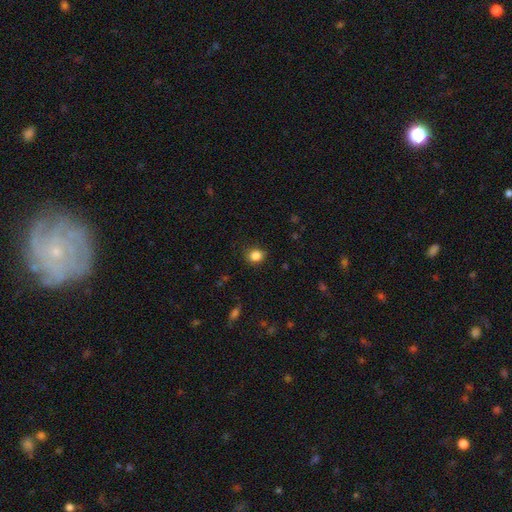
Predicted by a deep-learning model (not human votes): Q: Smooth or featured?
A: smooth (86%); runner-up: star or artifact (11%)
Q: How rounded?
A: round (68%); runner-up: in between (31%)
Q: Merging?
A: none (83%); runner-up: minor disturbance (13%)